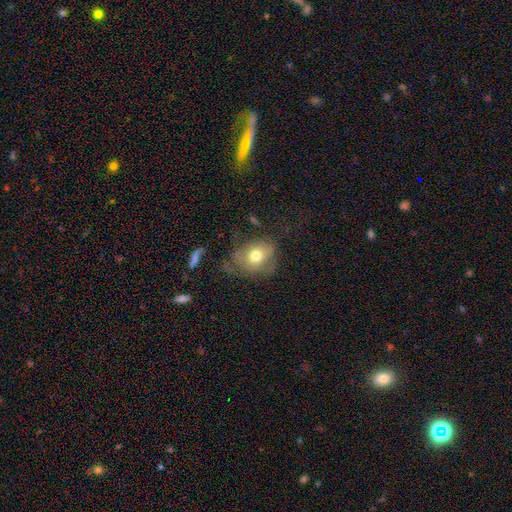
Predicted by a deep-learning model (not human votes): Morphology: type=smooth (66%); roundness=in between (52%); merging=none (46%).